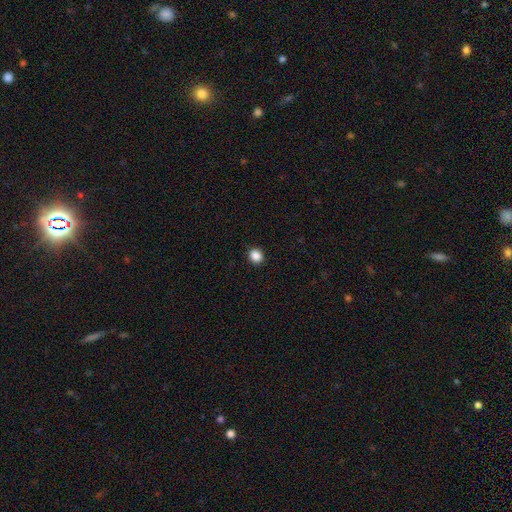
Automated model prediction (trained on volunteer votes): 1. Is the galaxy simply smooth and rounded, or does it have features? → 87% smooth, 10% star or artifact, 3% featured or disk.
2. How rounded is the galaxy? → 79% round, 20% in between, 1% cigar-shaped.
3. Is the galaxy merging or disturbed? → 92% none, 5% minor disturbance, 2% major disturbance, 1% merger.